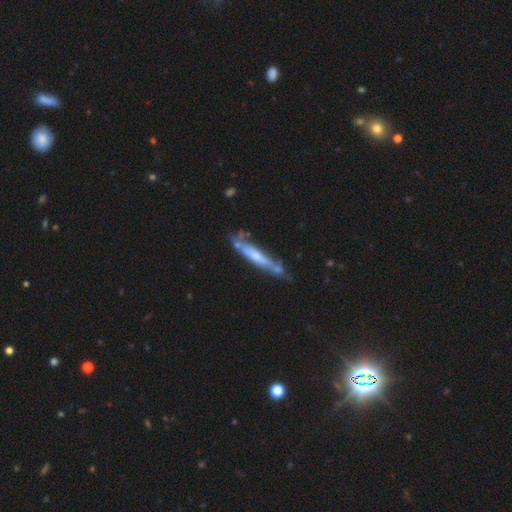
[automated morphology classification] This appears to be a featured or disk galaxy (52%) viewed edge-on (70%). Merging: none (47%).